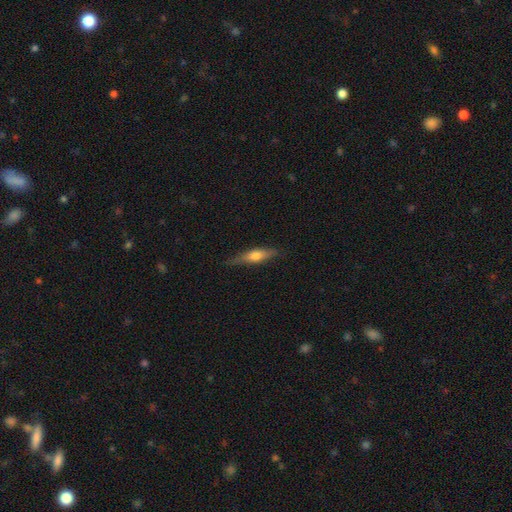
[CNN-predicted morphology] Smooth or featured?
  - smooth: 48% *
  - featured or disk: 45%
  - star or artifact: 6%
Merging?
  - none: 79% *
  - minor disturbance: 17%
  - major disturbance: 3%
  - merger: 1%